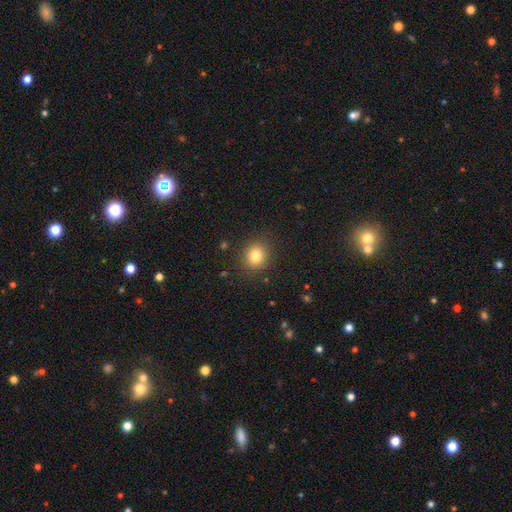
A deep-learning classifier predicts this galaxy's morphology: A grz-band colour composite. It shows a smooth galaxy with no disk features (81%) that is round (76%). Merging: none (87%).